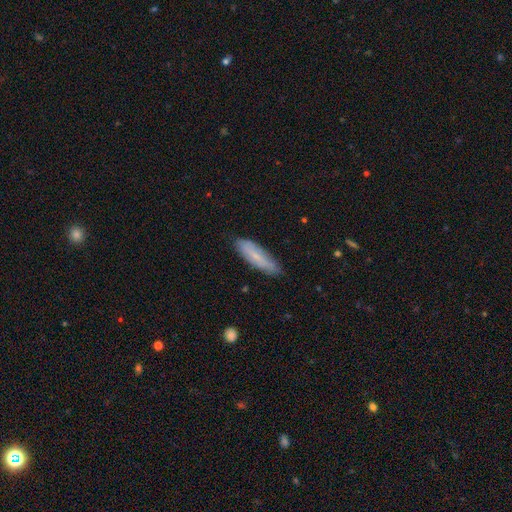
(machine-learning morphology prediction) Smooth or featured? Predicted: smooth (p=0.60). How rounded? Predicted: cigar-shaped (p=0.56). Merging? Predicted: none (p=0.80).